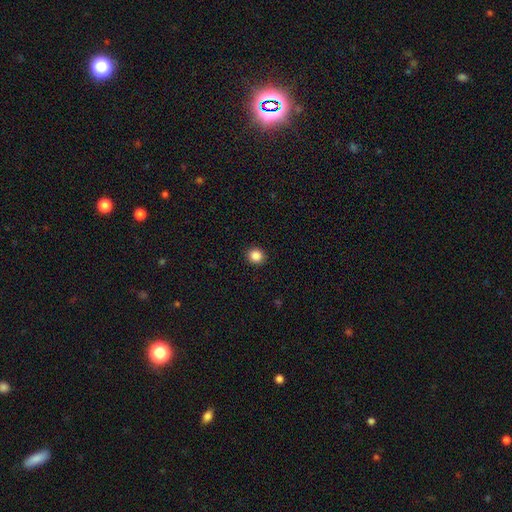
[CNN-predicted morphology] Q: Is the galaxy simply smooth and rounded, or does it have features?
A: smooth — 87%.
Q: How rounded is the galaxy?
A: round — 88%.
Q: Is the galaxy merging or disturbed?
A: none — 92%.